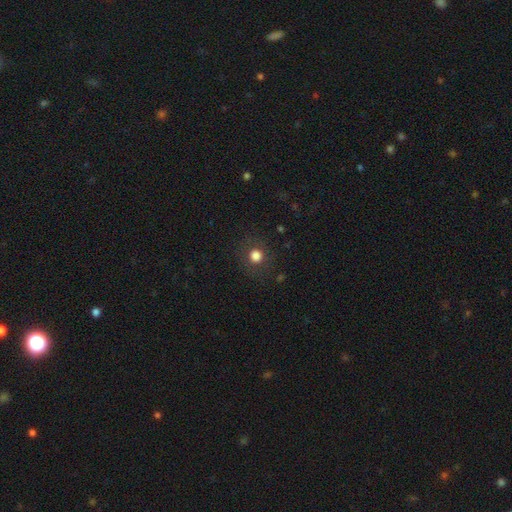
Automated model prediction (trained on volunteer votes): Overall: smooth (78%). How rounded: round (87%). Merging: none (85%).